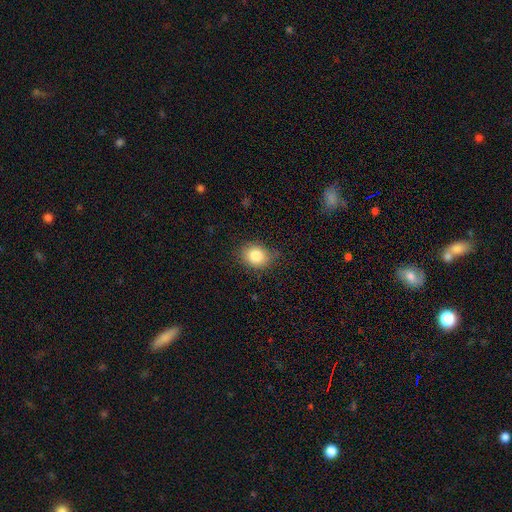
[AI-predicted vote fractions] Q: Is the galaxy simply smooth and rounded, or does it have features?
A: smooth — 83%.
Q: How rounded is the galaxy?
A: round — 57%.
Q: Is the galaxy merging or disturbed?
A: none — 78%.